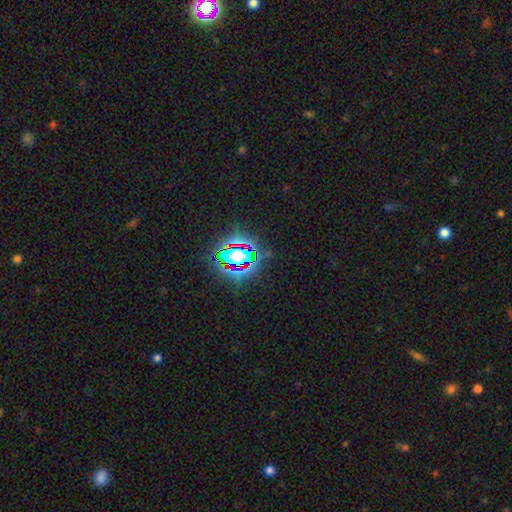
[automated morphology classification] Q: Smooth or featured?
A: star or artifact (82%); runner-up: smooth (11%)